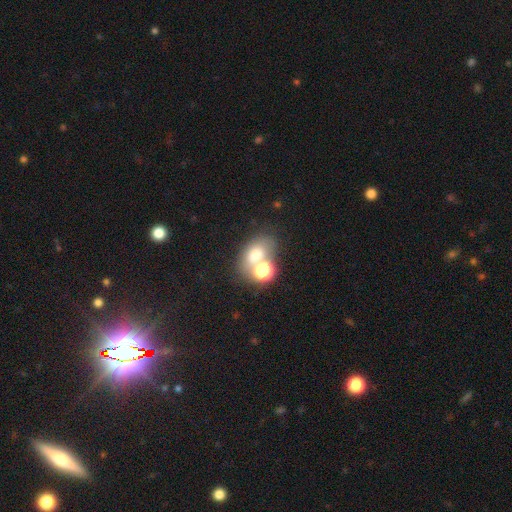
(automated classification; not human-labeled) Smooth or featured? smooth (67%)
How rounded? in between (64%)
Merging? merger (42%)